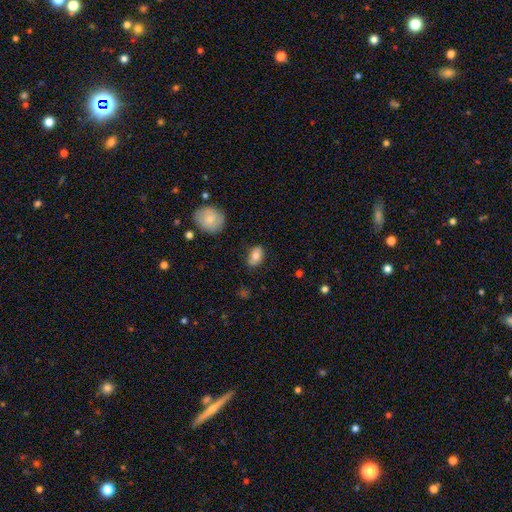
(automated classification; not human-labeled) This appears to be a smooth galaxy with no disk features (78%) that is in between round and cigar-shaped (86%). Merging: none (79%).